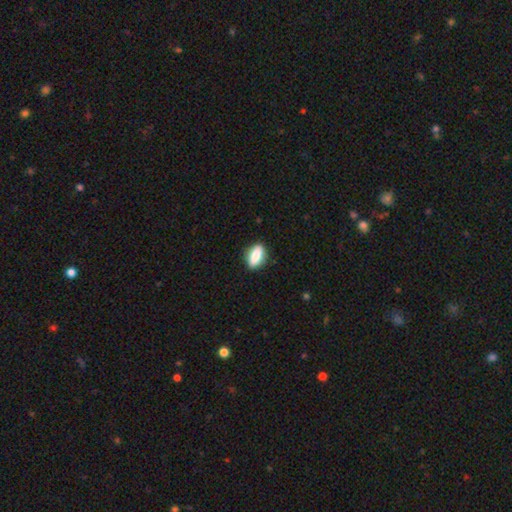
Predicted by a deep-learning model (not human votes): Morphology: type=smooth (79%); roundness=in between (75%); merging=none (87%).